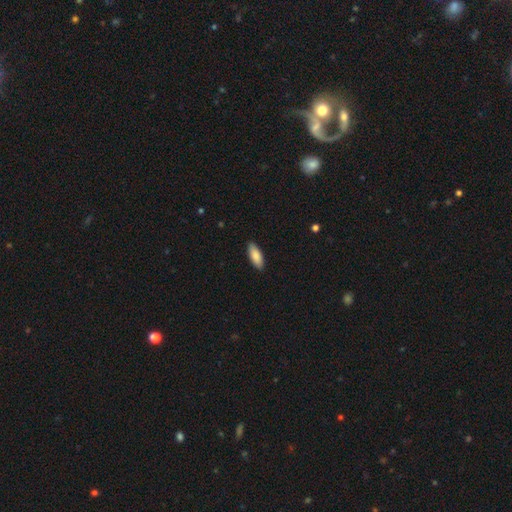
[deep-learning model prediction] smooth_or_featured: smooth (p=0.86) [alt: featured or disk p=0.08]
how_rounded: in between (p=0.77) [alt: cigar-shaped p=0.21]
merging: none (p=0.88) [alt: minor disturbance p=0.09]